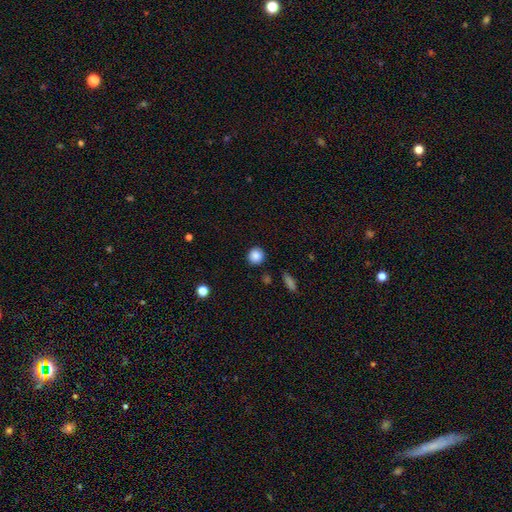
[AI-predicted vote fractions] This is clearly a smooth galaxy (87%). How rounded: clearly round (92%). Merging: clearly none (89%).